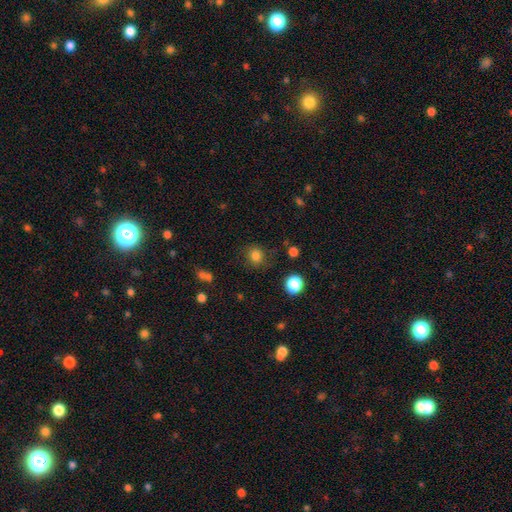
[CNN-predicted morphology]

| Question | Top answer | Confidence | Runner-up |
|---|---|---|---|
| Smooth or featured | smooth | 81% | star or artifact (14%) |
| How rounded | round | 81% | in between (18%) |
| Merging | none | 82% | minor disturbance (11%) |